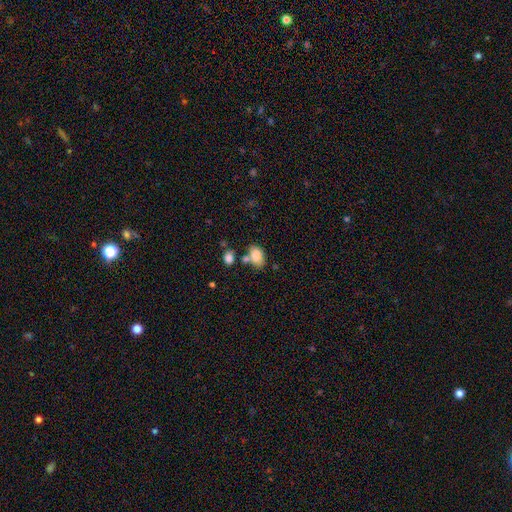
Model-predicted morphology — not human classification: smooth_or_featured: smooth (p=0.84) [alt: star or artifact p=0.09]
how_rounded: in between (p=0.86) [alt: round p=0.13]
merging: none (p=0.50) [alt: merger p=0.26]